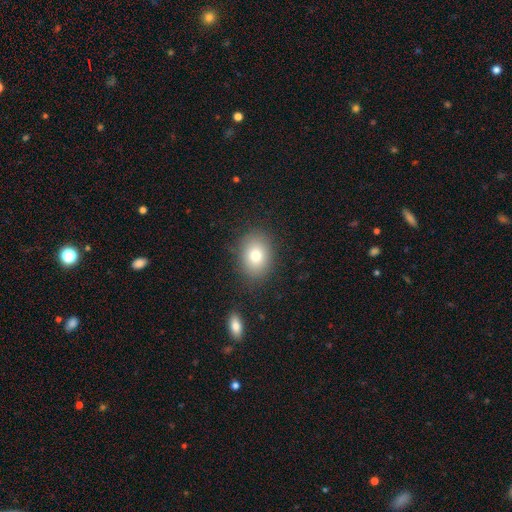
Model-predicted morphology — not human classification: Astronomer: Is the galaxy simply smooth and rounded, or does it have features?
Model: smooth — 78%.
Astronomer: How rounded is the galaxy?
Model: in between — 60% (runner-up: round, 39%).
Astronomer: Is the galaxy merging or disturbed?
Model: none — 85%.